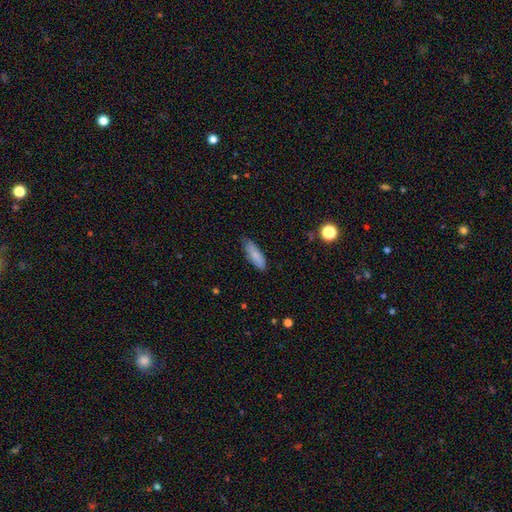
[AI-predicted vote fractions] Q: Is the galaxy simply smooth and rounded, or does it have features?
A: smooth — 84%.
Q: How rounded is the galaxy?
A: in between — 53%.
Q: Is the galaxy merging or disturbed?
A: none — 77%.